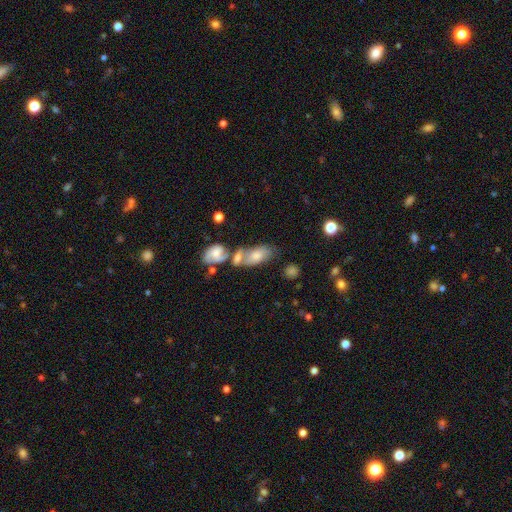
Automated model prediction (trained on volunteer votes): Smooth or featured?
  - smooth: 60% *
  - featured or disk: 31%
  - star or artifact: 9%
How rounded?
  - in between: 88% *
  - cigar-shaped: 7%
  - round: 5%
Merging?
  - merger: 54% *
  - none: 25%
  - minor disturbance: 12%
  - major disturbance: 9%